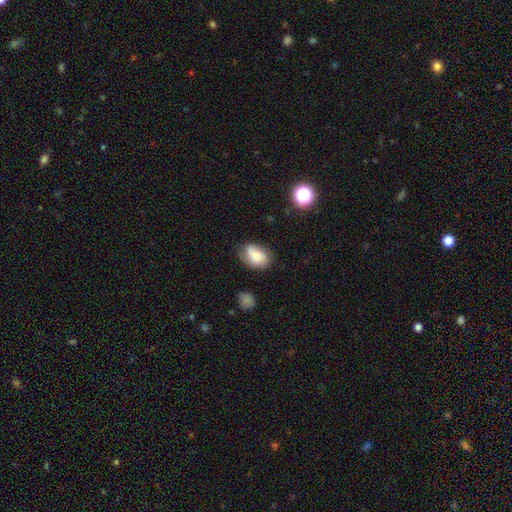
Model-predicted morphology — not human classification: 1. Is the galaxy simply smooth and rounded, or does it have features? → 73% smooth, 18% featured or disk, 9% star or artifact.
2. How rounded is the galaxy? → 84% in between, 15% round, 2% cigar-shaped.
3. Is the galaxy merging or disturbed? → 60% none, 28% minor disturbance, 8% major disturbance, 4% merger.